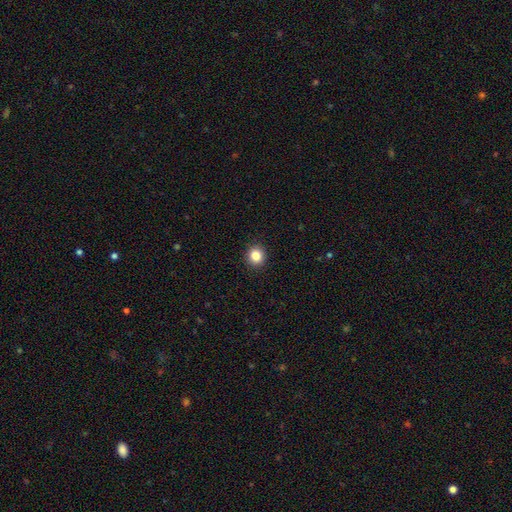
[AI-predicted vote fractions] This is clearly a smooth galaxy (84%). How rounded: clearly round (88%). Merging: clearly none (93%).